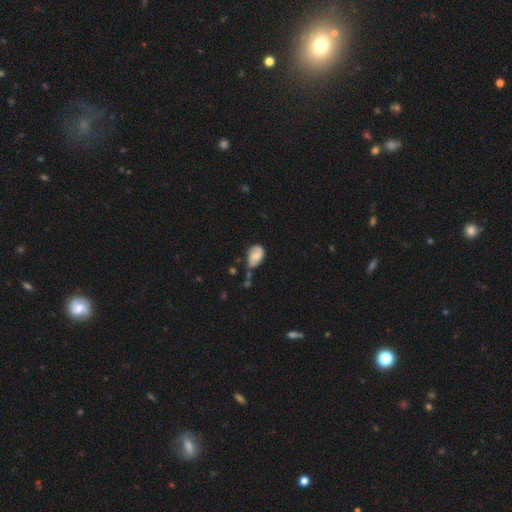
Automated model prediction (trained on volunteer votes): Smooth or featured? smooth (46%, tied with featured or disk)
Merging? minor disturbance (36%)